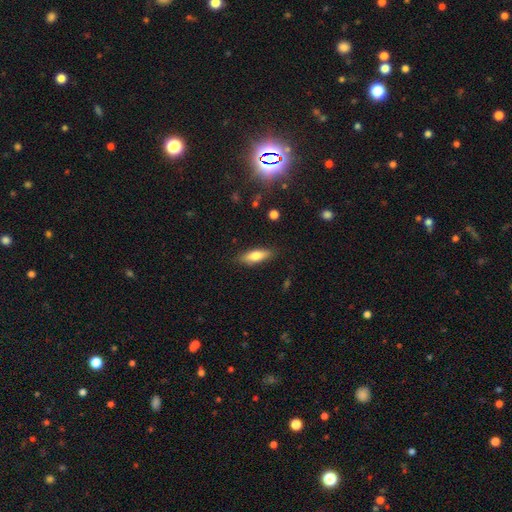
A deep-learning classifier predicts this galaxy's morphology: A smooth galaxy with no disk features (73%) that is in between round and cigar-shaped (57%). Merging: none (84%).